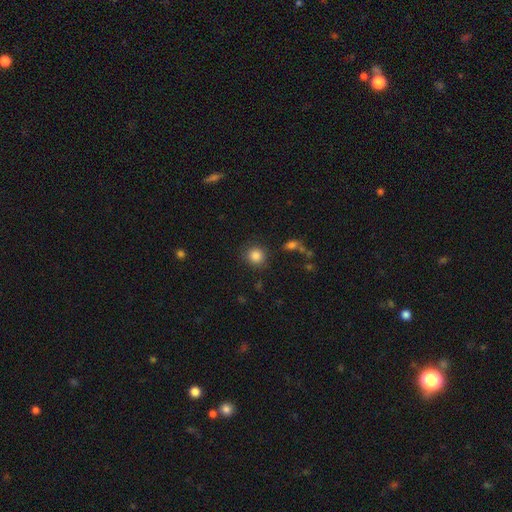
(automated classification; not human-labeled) Overall: smooth (86%). How rounded: round (88%). Merging: none (85%).